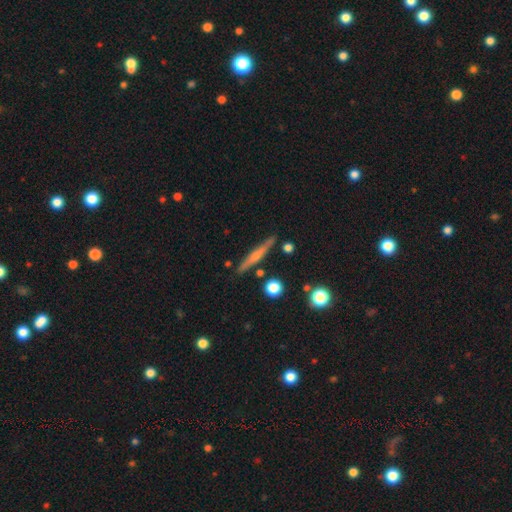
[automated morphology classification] A featured or disk galaxy (60%) viewed edge-on (97%) with a rounded central bulge (71%).

Vote fractions:
- Smooth or featured? featured or disk: 60% / smooth: 32% / star or artifact: 8%
- Edge-on disk? yes: 97% / no: 3%
- Edge-on bulge? rounded: 71% / none: 22% / boxy: 7%
- Merging? none: 88% / minor disturbance: 8% / merger: 3% / major disturbance: 2%